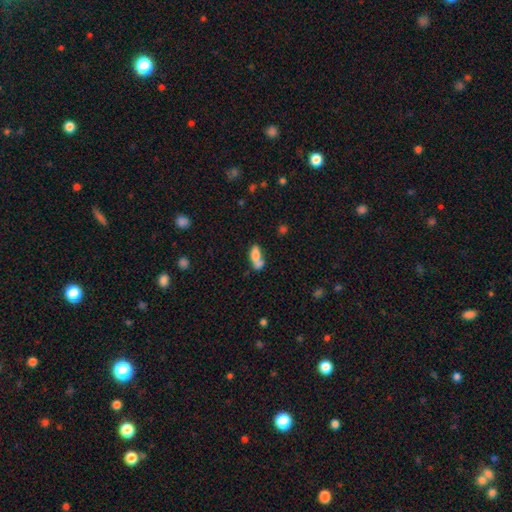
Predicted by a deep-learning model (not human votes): A smooth galaxy with no disk features (72%) that is in between round and cigar-shaped (75%). Merging: merger (46%).